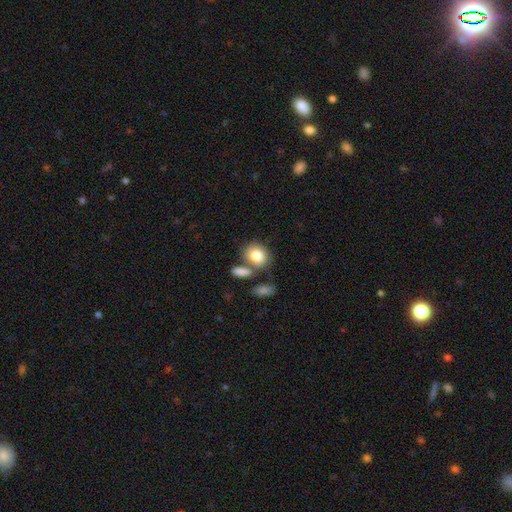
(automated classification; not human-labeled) The model was most divided on "how rounded": round: 56%, in between: 42%, cigar-shaped: 1%. More confident: smooth or featured — smooth (80%); merging — none (56%).